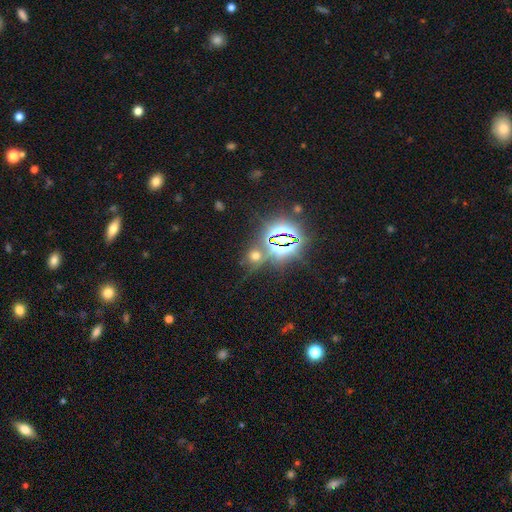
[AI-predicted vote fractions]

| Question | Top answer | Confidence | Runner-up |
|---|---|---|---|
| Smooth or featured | star or artifact | 51% | smooth (40%) |